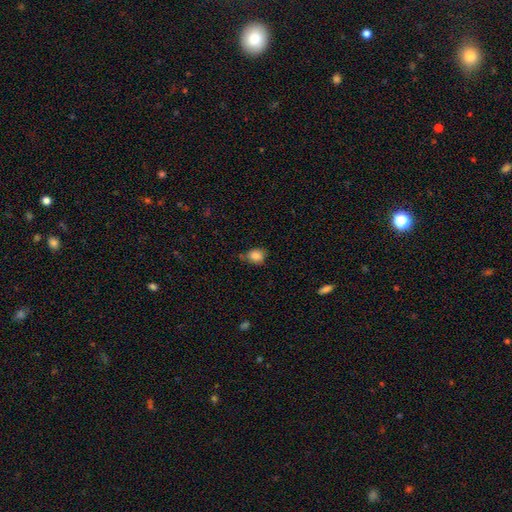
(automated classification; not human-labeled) smooth 84%, star or artifact 10%, featured or disk 6%. Down the decision tree: how rounded — round (53%); merging — none (59%).